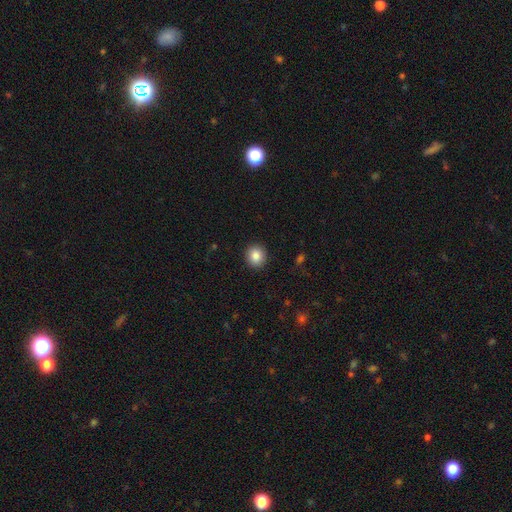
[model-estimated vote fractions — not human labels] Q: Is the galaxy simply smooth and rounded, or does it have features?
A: smooth — 86%.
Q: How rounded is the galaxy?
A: round — 86%.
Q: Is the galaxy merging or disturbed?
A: none — 92%.